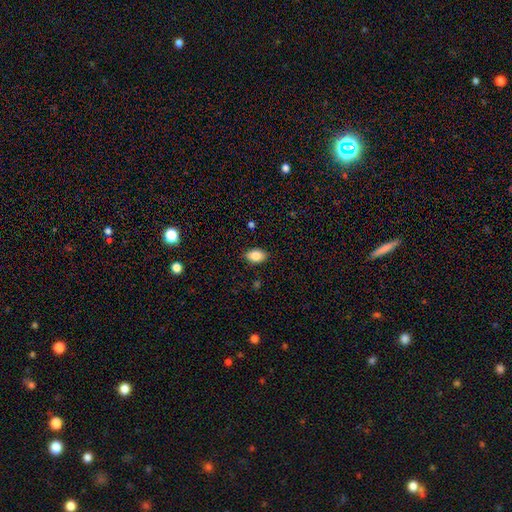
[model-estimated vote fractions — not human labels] smooth_or_featured: smooth (p=0.85) [alt: star or artifact p=0.08]
how_rounded: in between (p=0.86) [alt: round p=0.13]
merging: none (p=0.86) [alt: minor disturbance p=0.11]